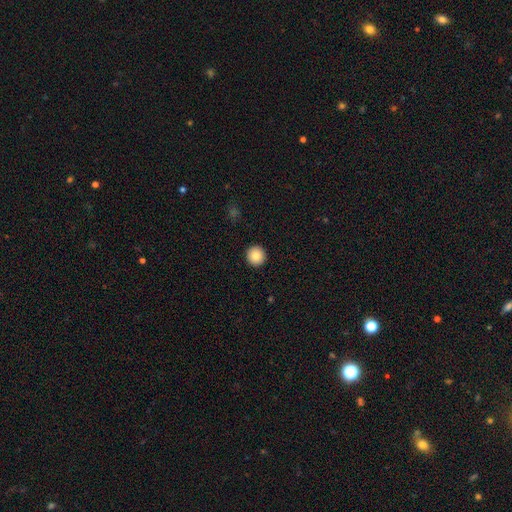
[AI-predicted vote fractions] smooth_or_featured: smooth (p=0.84) [alt: star or artifact p=0.09]
how_rounded: round (p=0.95) [alt: in between p=0.04]
merging: none (p=0.94) [alt: minor disturbance p=0.04]